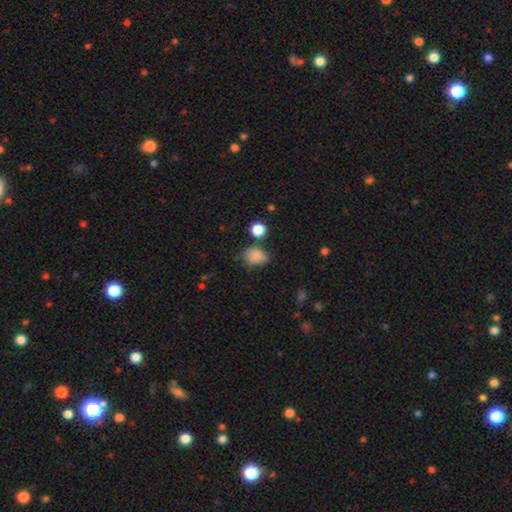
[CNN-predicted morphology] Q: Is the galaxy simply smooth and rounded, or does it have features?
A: smooth — 81%.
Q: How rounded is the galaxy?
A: in between — 56%.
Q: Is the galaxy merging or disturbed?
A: none — 58%.